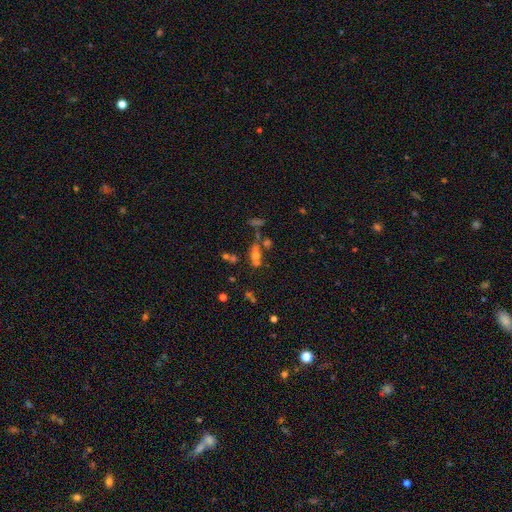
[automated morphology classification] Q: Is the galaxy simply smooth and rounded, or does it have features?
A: smooth — 45%.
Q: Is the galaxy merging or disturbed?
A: none — 40%.